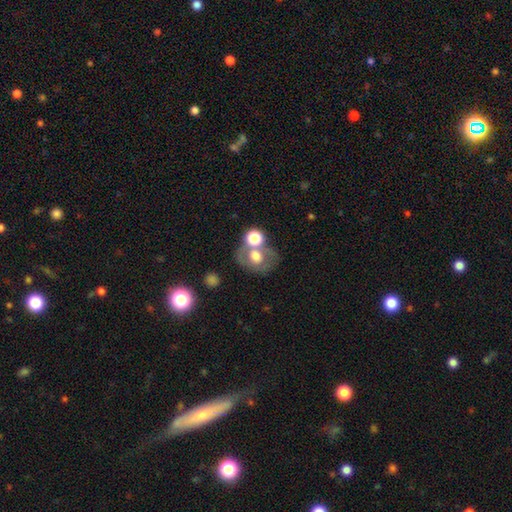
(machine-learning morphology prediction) The model was most divided on "how rounded": round: 53%, in between: 46%, cigar-shaped: 1%. Remaining: smooth or featured — smooth (51%); merging — none (49%).